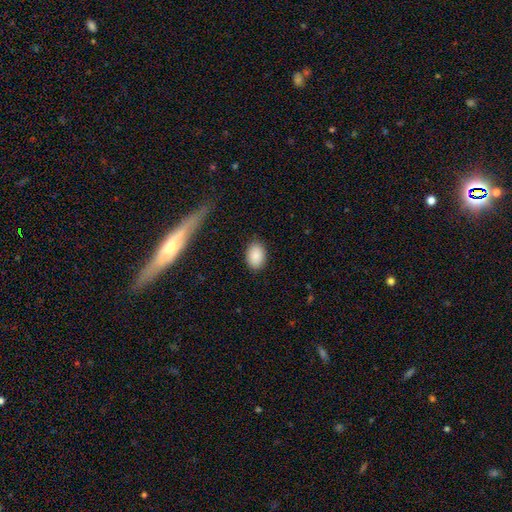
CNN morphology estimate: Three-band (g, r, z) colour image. It shows a smooth galaxy with no disk features (88%) that is in between round and cigar-shaped (81%). Merging: none (87%).